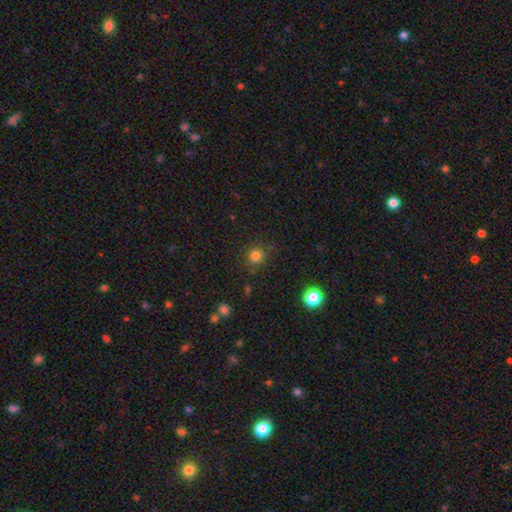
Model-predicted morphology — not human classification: Q: Smooth or featured?
A: smooth (81%); runner-up: star or artifact (14%)
Q: How rounded?
A: round (91%); runner-up: in between (8%)
Q: Merging?
A: none (84%); runner-up: minor disturbance (10%)